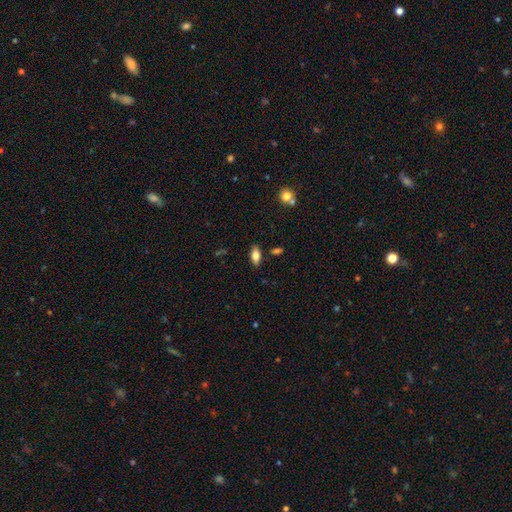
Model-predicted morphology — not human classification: This is likely a smooth galaxy (76%). How rounded: clearly in between (89%). Merging: clearly none (84%).